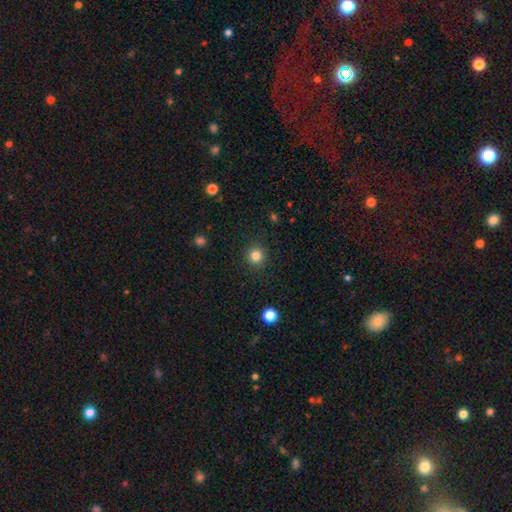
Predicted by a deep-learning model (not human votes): smooth-or-featured: smooth: 82% | star or artifact: 12% | featured or disk: 5%
  how-rounded: round: 93% | in between: 6% | cigar-shaped: 1%
  merging: none: 91% | minor disturbance: 6% | major disturbance: 2% | merger: 1%